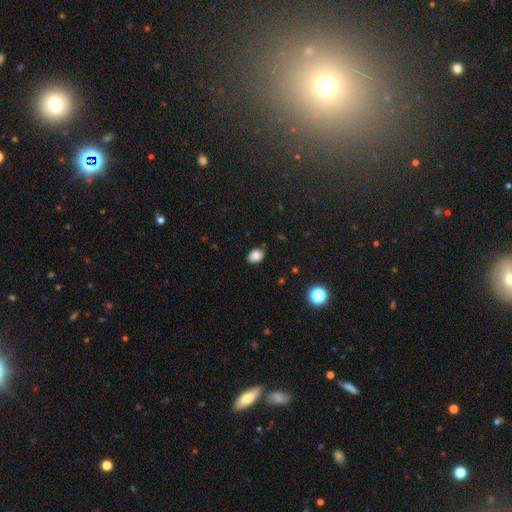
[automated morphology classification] The model was most divided on "how rounded": in between: 65%, round: 34%, cigar-shaped: 1%. More confident: smooth or featured — smooth (85%); merging — none (81%).